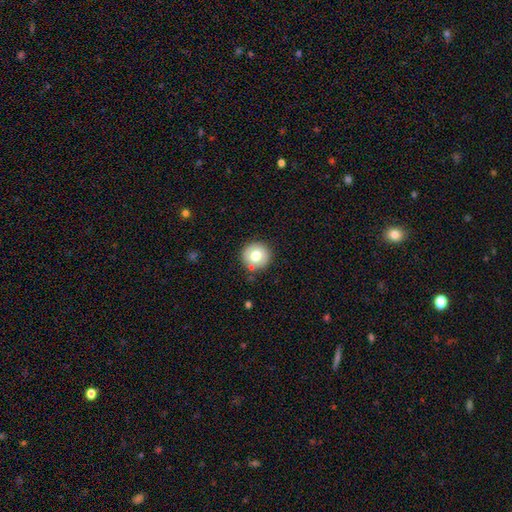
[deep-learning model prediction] This appears to be a smooth galaxy with no disk features (73%) that is round (94%). Merging: none (84%).